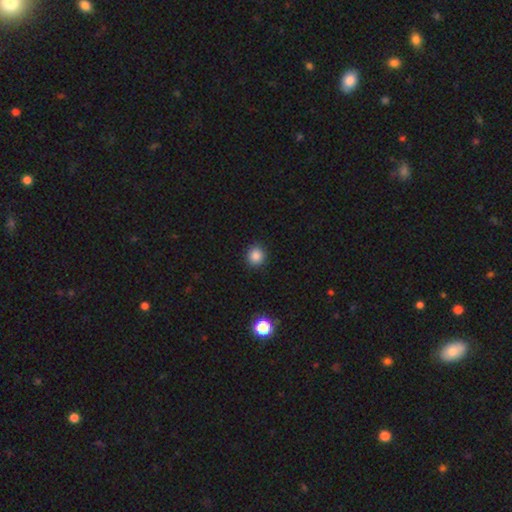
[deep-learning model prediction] A smooth galaxy with no disk features (85%) that is round (91%).

Vote fractions:
- Smooth or featured? smooth: 85% / star or artifact: 12% / featured or disk: 3%
- How rounded? round: 91% / in between: 8% / cigar-shaped: 1%
- Merging? none: 91% / minor disturbance: 6% / major disturbance: 2% / merger: 1%